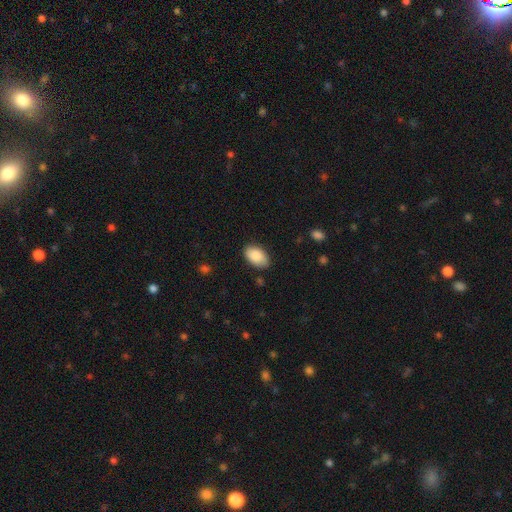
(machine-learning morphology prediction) Smooth or featured?
  - smooth: 88% *
  - star or artifact: 6%
  - featured or disk: 6%
How rounded?
  - in between: 94% *
  - round: 5%
  - cigar-shaped: 1%
Merging?
  - none: 83% *
  - minor disturbance: 14%
  - major disturbance: 3%
  - merger: 1%